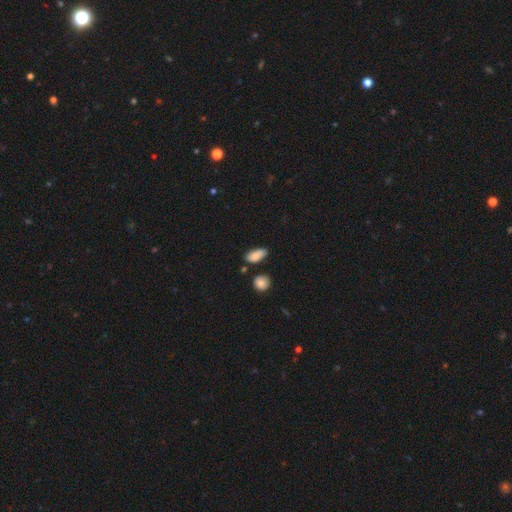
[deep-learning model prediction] smooth-or-featured: smooth: 82% | featured or disk: 10% | star or artifact: 8%
  how-rounded: in between: 86% | cigar-shaped: 8% | round: 5%
  merging: none: 66% | minor disturbance: 23% | merger: 7% | major disturbance: 4%